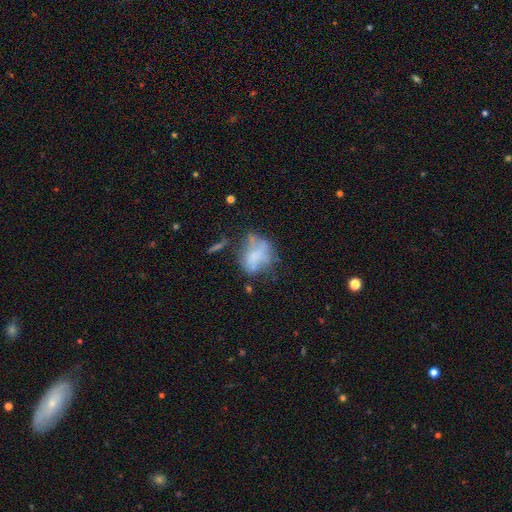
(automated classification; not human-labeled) Overall: smooth (48%; featured or disk 41%). Merging: none (36%; major disturbance 26%).